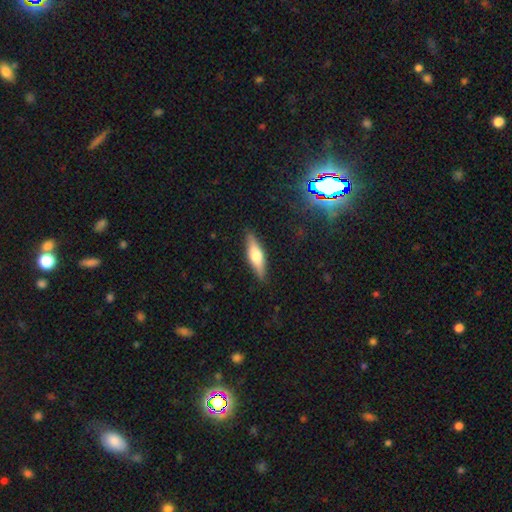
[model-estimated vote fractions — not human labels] This appears to be a featured or disk galaxy (47%, tied with smooth). Merging: none (88%).